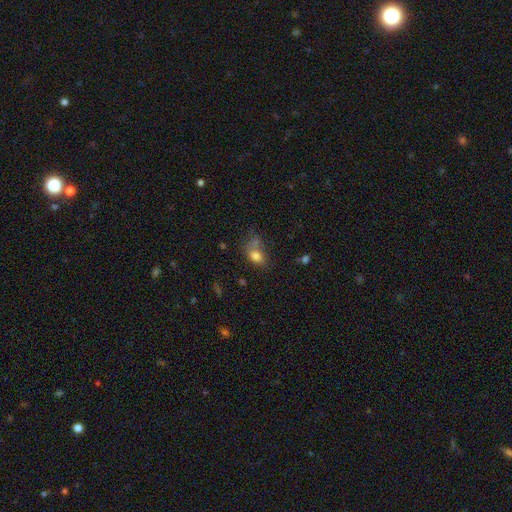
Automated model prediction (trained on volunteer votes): A smooth galaxy with no disk features (78%) that is in between round and cigar-shaped (76%).

Vote fractions:
- Smooth or featured? smooth: 78% / star or artifact: 11% / featured or disk: 11%
- How rounded? in between: 76% / round: 22% / cigar-shaped: 2%
- Merging? none: 37% / merger: 25% / minor disturbance: 23% / major disturbance: 15%